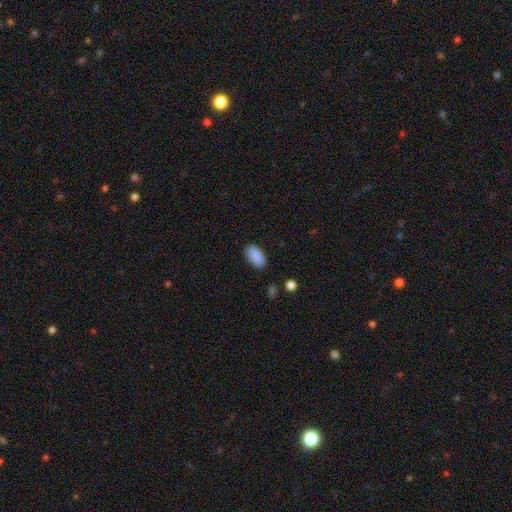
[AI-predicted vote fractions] Morphology: type=smooth (90%); roundness=in between (94%); merging=none (86%).